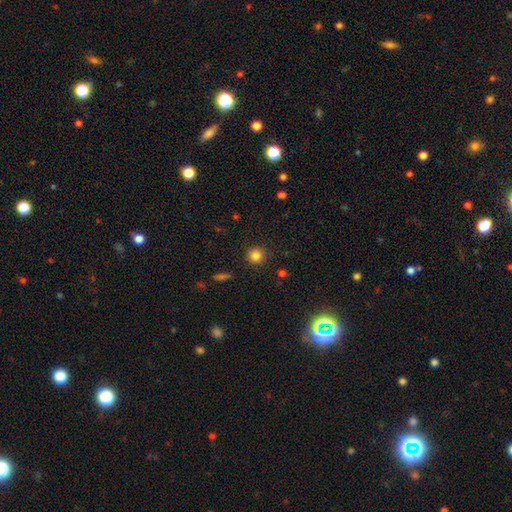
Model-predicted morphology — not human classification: This is clearly a smooth galaxy (82%). How rounded: clearly round (93%). Merging: clearly none (90%).